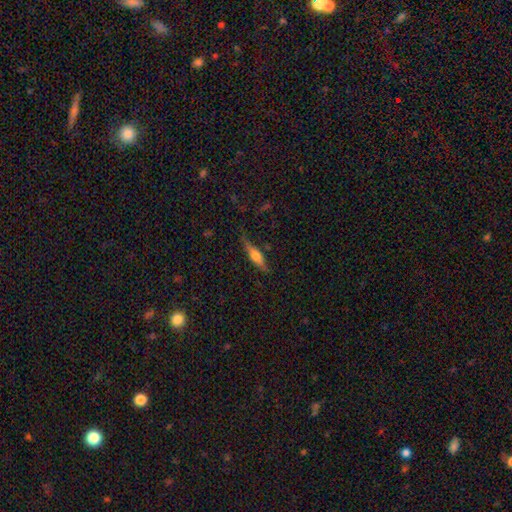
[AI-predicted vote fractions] Smooth or featured?
  - featured or disk: 50% *
  - smooth: 44%
  - star or artifact: 7%
Merging?
  - none: 74% *
  - minor disturbance: 19%
  - major disturbance: 5%
  - merger: 2%